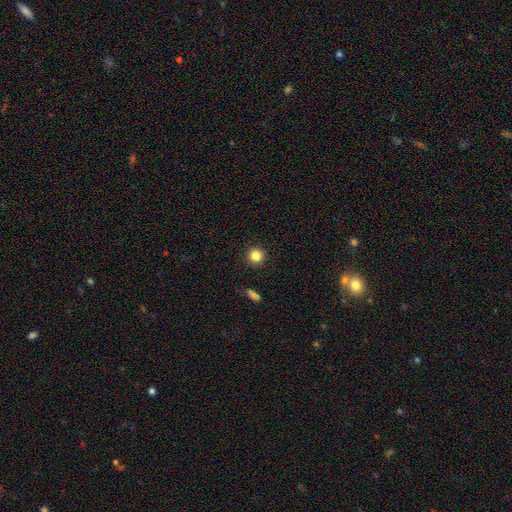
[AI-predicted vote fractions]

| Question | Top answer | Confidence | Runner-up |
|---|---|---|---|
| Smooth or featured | smooth | 85% | star or artifact (11%) |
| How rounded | round | 95% | in between (4%) |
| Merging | none | 92% | minor disturbance (5%) |